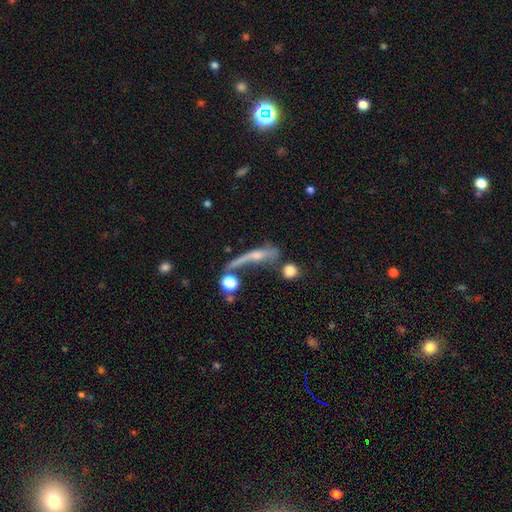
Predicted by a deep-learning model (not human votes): smooth-or-featured: featured or disk: 57% | smooth: 28% | star or artifact: 15%
  disk-edge-on: yes: 59% | no: 41%
  merging: none: 34% | major disturbance: 27% | merger: 22% | minor disturbance: 17%